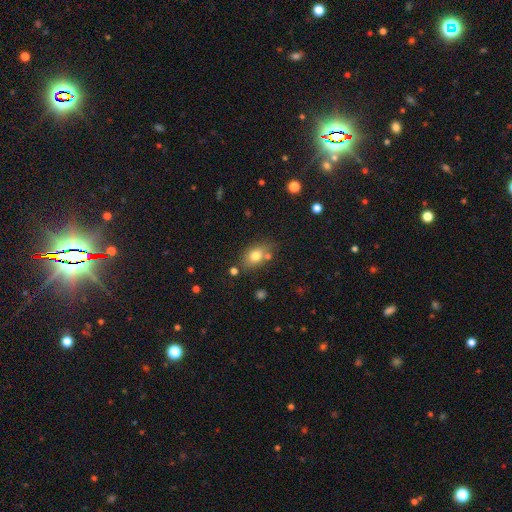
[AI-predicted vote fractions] A smooth galaxy with no disk features (76%) that is in between round and cigar-shaped (75%).

Vote fractions:
- Smooth or featured? smooth: 76% / featured or disk: 14% / star or artifact: 11%
- How rounded? in between: 75% / round: 23% / cigar-shaped: 2%
- Merging? none: 69% / minor disturbance: 16% / merger: 11% / major disturbance: 5%